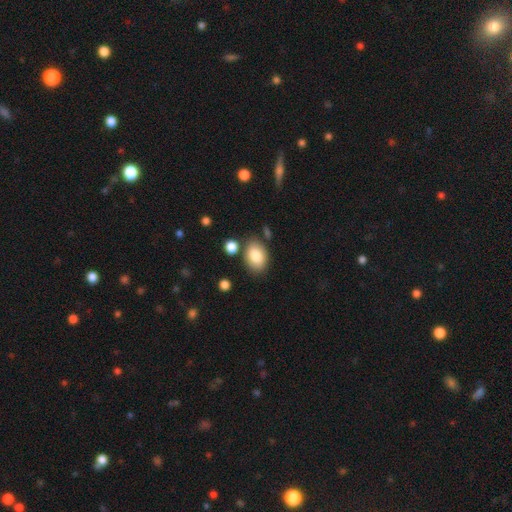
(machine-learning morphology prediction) smooth_or_featured: smooth (p=0.82) [alt: featured or disk p=0.10]
how_rounded: in between (p=0.84) [alt: round p=0.15]
merging: none (p=0.77) [alt: minor disturbance p=0.14]